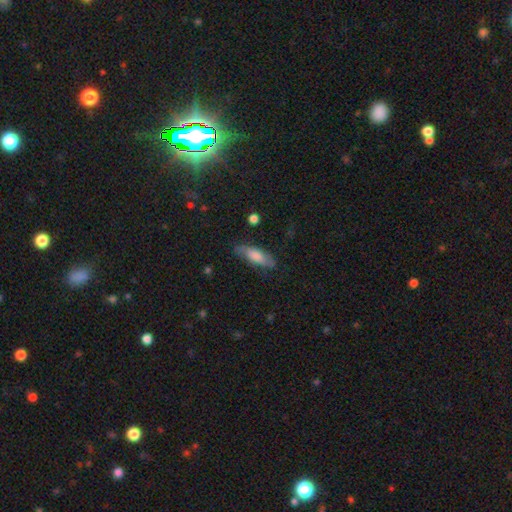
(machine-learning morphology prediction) Smooth or featured?
  - smooth: 60% *
  - featured or disk: 33%
  - star or artifact: 8%
How rounded?
  - in between: 54% *
  - cigar-shaped: 43%
  - round: 2%
Merging?
  - none: 76% *
  - minor disturbance: 18%
  - major disturbance: 5%
  - merger: 1%